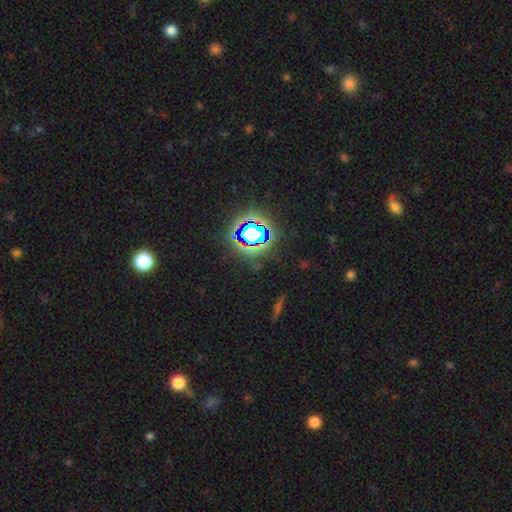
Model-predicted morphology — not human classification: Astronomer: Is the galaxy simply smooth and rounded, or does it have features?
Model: star or artifact — 81%.